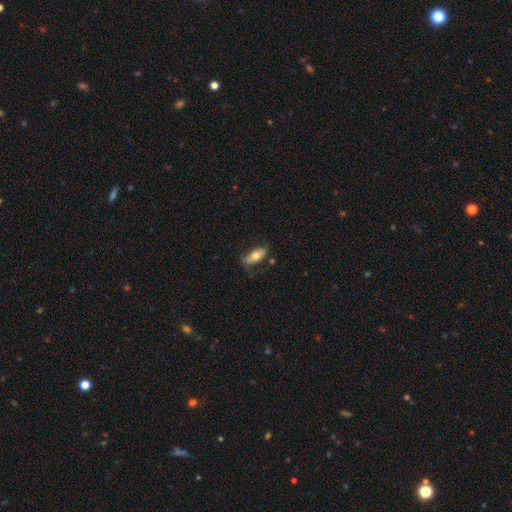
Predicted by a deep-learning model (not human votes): smooth 62%, featured or disk 32%, star or artifact 6%. Down the decision tree: how rounded — in between (80%); merging — none (63%).